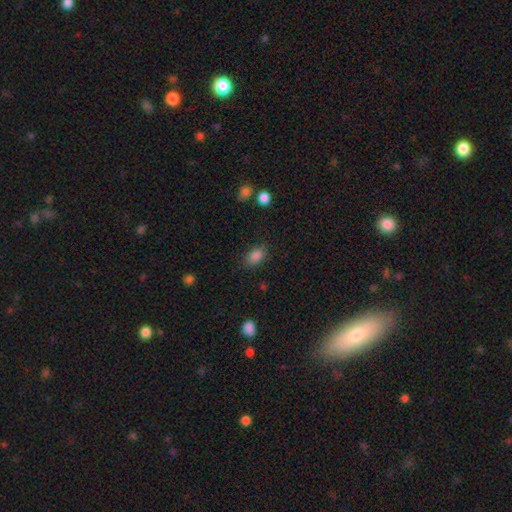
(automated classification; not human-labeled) A smooth galaxy with no disk features (86%) that is in between round and cigar-shaped (86%). Merging: none (83%).